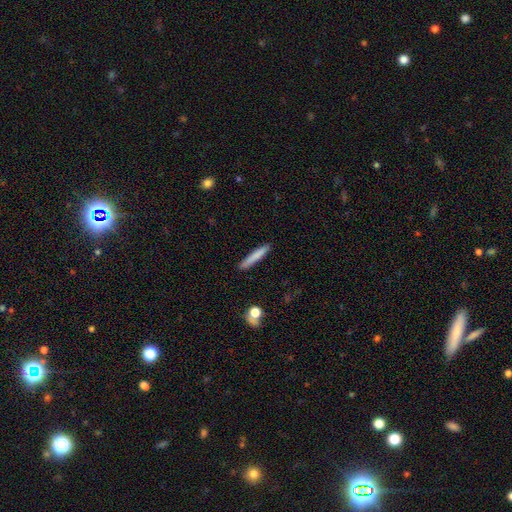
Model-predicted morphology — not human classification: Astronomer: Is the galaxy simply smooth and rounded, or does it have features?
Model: smooth — 78%.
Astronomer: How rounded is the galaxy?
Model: cigar-shaped — 94%.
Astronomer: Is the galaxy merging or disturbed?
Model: none — 88%.